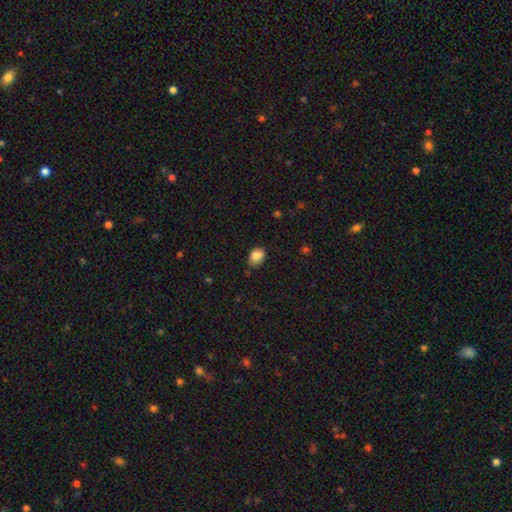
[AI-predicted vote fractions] The model was most divided on "merging": none: 66%, minor disturbance: 27%, major disturbance: 5%, merger: 3%. More confident: smooth or featured — smooth (83%); how rounded — in between (70%).